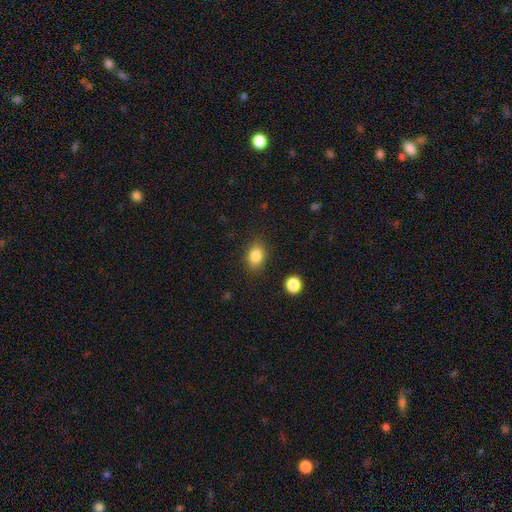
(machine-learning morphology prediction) Smooth or featured: smooth — 85% (star or artifact — 9%)
How rounded: in between — 68% (round — 31%)
Merging: none — 85% (minor disturbance — 10%)